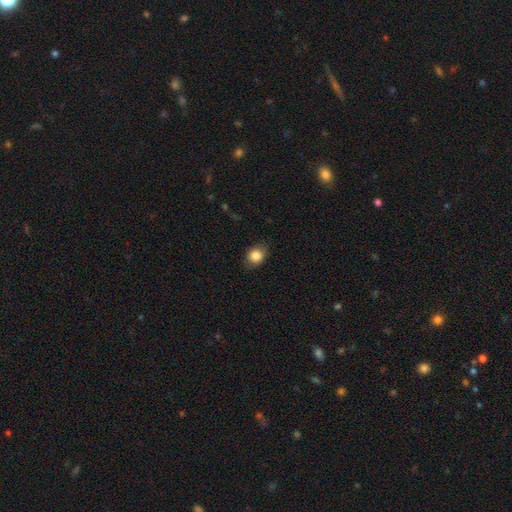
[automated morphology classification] Q: Smooth or featured?
A: smooth (85%); runner-up: star or artifact (9%)
Q: How rounded?
A: round (63%); runner-up: in between (36%)
Q: Merging?
A: none (81%); runner-up: minor disturbance (15%)